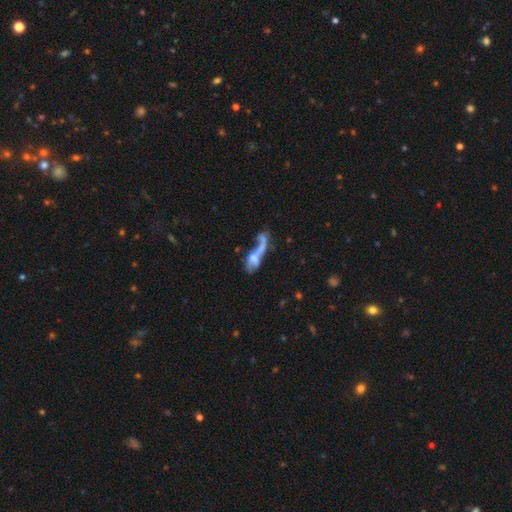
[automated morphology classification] The model was most divided on "smooth or featured": featured or disk: 45%, smooth: 44%, star or artifact: 11%. Remaining: merging — merger (43%).